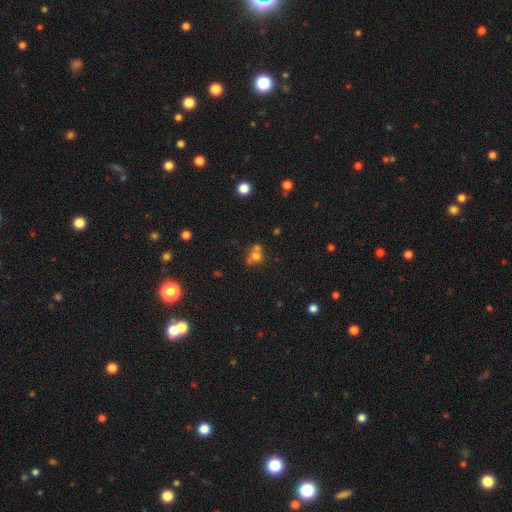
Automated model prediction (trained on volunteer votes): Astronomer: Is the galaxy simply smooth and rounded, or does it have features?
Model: smooth — 65%.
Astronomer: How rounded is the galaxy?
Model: round — 78%.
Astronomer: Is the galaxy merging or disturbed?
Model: merger — 43% (runner-up: none, 42%).